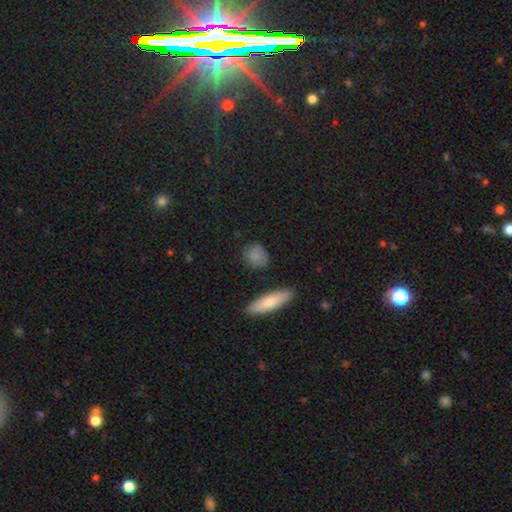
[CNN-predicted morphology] smooth_or_featured: smooth (p=0.84) [alt: featured or disk p=0.08]
how_rounded: round (p=0.55) [alt: in between p=0.40]
merging: none (p=0.78) [alt: minor disturbance p=0.15]